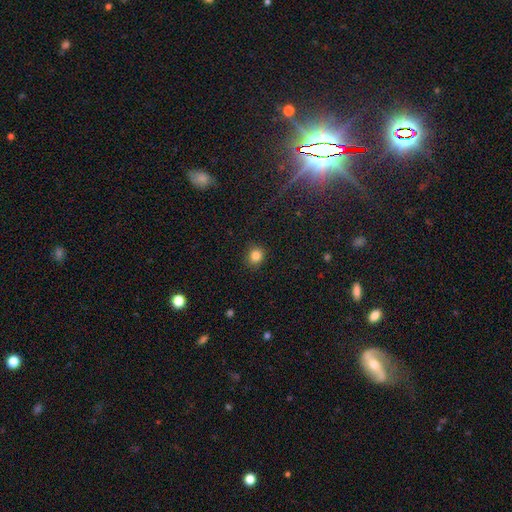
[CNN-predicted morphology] smooth-or-featured: smooth: 84% | star or artifact: 11% | featured or disk: 5%
  how-rounded: round: 83% | in between: 16% | cigar-shaped: 1%
  merging: none: 90% | minor disturbance: 7% | major disturbance: 2% | merger: 1%